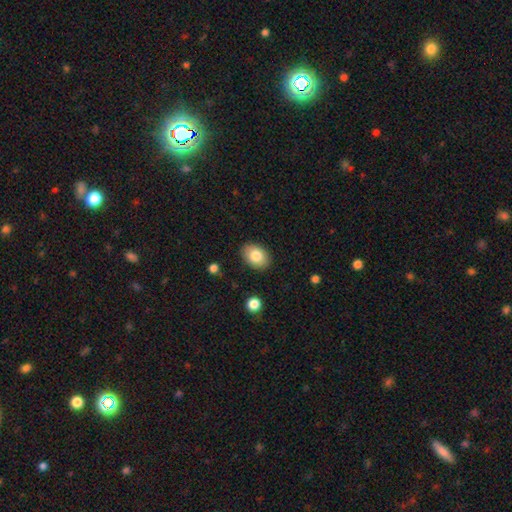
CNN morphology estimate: Smooth or featured? smooth (82%)
How rounded? in between (78%)
Merging? none (87%)